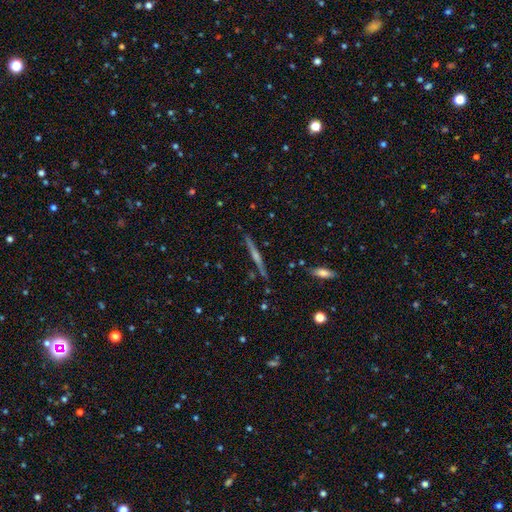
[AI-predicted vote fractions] The model was most divided on "edge-on bulge": rounded: 63%, none: 27%, boxy: 10%. More confident: edge-on disk — yes (98%); merging — none (89%); smooth or featured — featured or disk (72%).